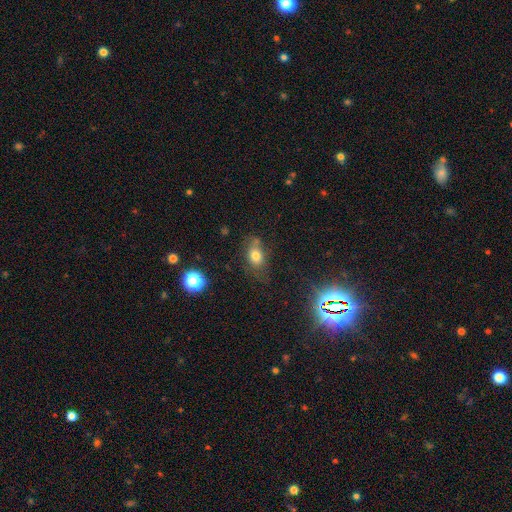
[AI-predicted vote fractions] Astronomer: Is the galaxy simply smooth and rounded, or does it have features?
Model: smooth — 72%.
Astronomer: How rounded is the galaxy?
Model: in between — 74%.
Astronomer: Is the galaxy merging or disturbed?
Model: none — 61%.